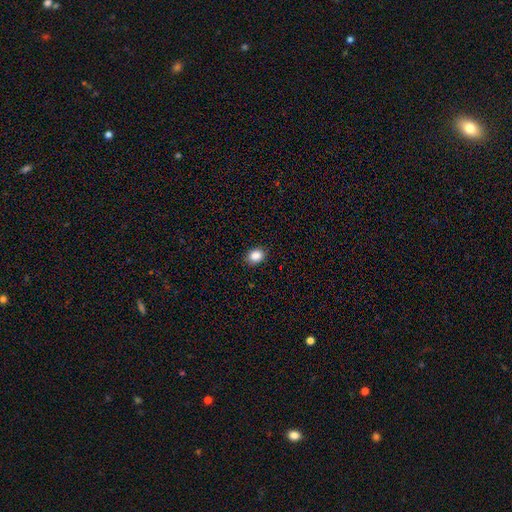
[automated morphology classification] Overall: smooth (87%). How rounded: in between (51%; round 48%). Merging: none (89%).